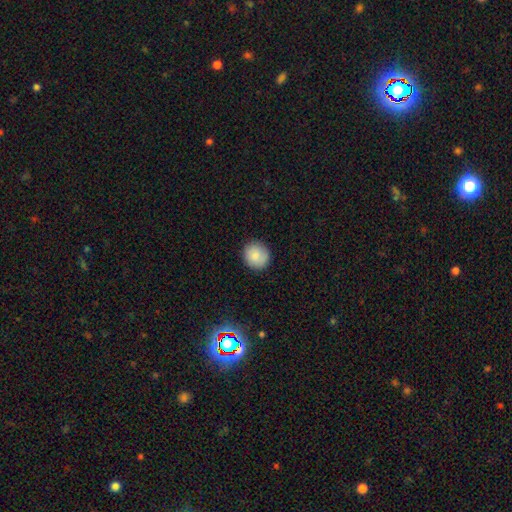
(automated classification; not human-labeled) A smooth galaxy with no disk features (85%) that is round (88%).

Vote fractions:
- Smooth or featured? smooth: 85% / star or artifact: 8% / featured or disk: 7%
- How rounded? round: 88% / in between: 11% / cigar-shaped: 1%
- Merging? none: 89% / minor disturbance: 8% / major disturbance: 2% / merger: 1%